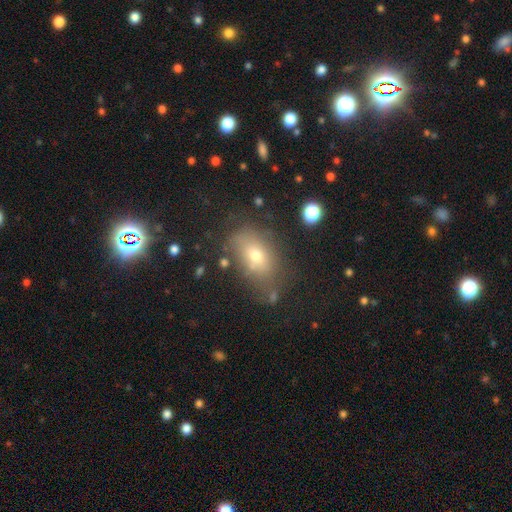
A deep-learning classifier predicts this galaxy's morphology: A smooth galaxy with no disk features (57%) that is in between round and cigar-shaped (77%). Merging: none (70%).